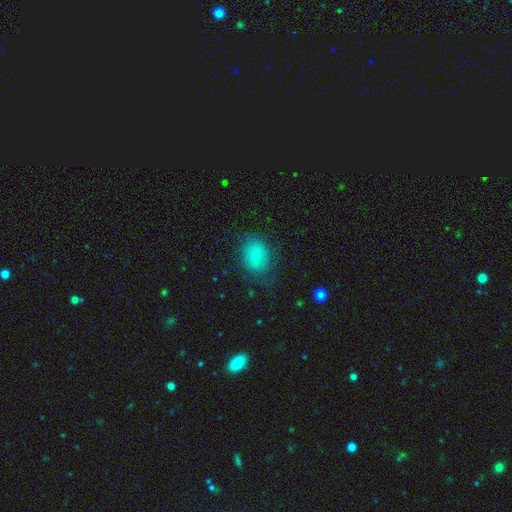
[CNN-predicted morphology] This is likely a smooth galaxy (64%). How rounded: possibly in between (50%). Merging: likely none (67%).